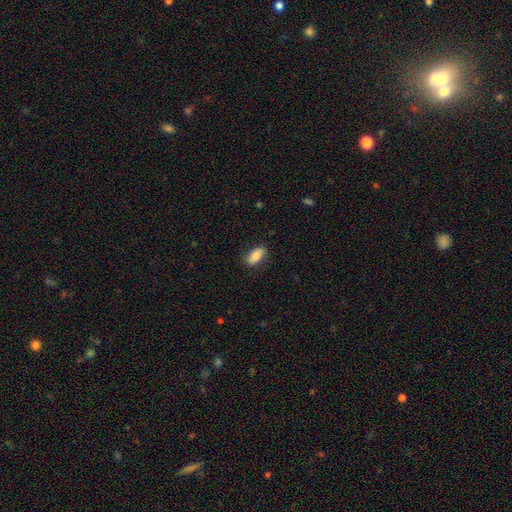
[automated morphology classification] smooth-or-featured: smooth: 80% | featured or disk: 14% | star or artifact: 7%
  how-rounded: in between: 86% | cigar-shaped: 11% | round: 3%
  merging: none: 83% | minor disturbance: 14% | major disturbance: 3% | merger: 1%